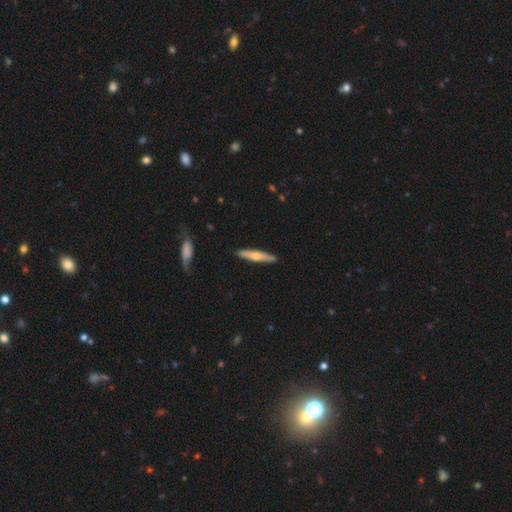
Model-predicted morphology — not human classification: featured or disk 51%, smooth 43%, star or artifact 6%. Down the decision tree: edge-on disk — yes (92%); merging — none (89%).